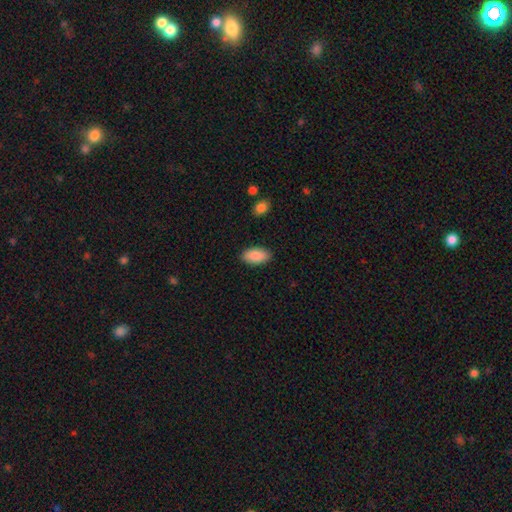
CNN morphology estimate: Q: Smooth or featured?
A: smooth (88%); runner-up: featured or disk (6%)
Q: How rounded?
A: in between (94%); runner-up: cigar-shaped (4%)
Q: Merging?
A: none (88%); runner-up: minor disturbance (8%)